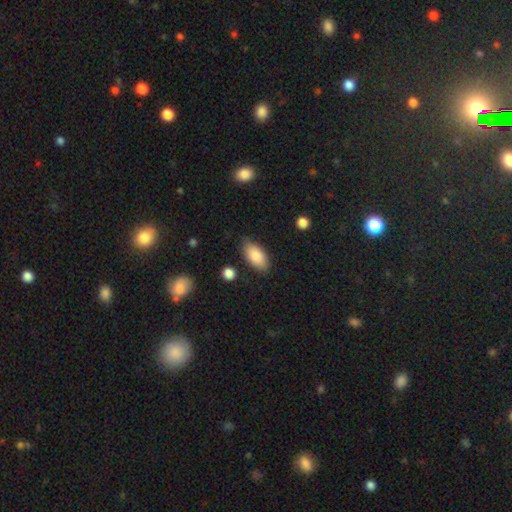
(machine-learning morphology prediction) Q: Smooth or featured?
A: smooth (85%); runner-up: featured or disk (9%)
Q: How rounded?
A: in between (92%); runner-up: cigar-shaped (5%)
Q: Merging?
A: none (79%); runner-up: minor disturbance (15%)